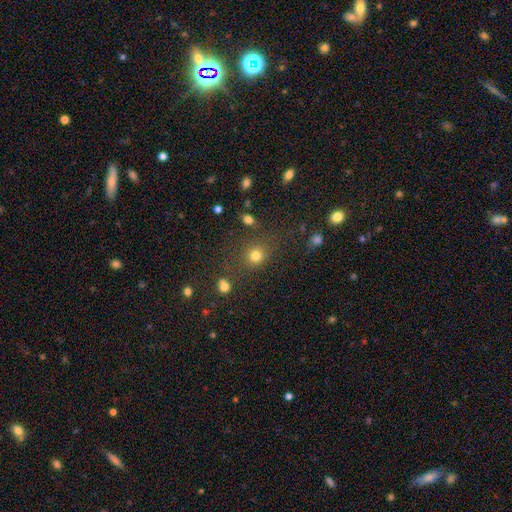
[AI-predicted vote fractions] Q: Smooth or featured?
A: smooth (77%); runner-up: star or artifact (16%)
Q: How rounded?
A: round (82%); runner-up: in between (17%)
Q: Merging?
A: none (74%); runner-up: minor disturbance (11%)